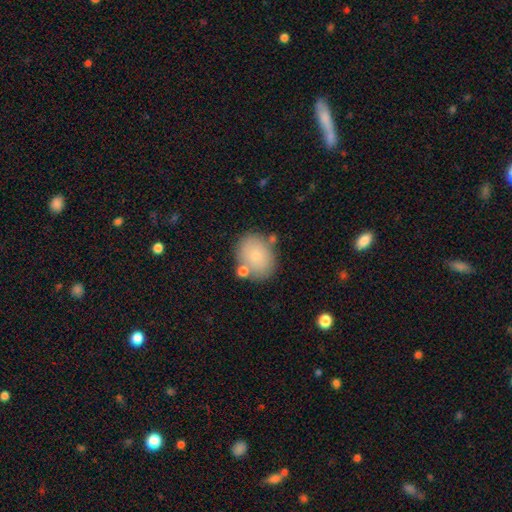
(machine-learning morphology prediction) This appears to be a smooth galaxy with no disk features (77%) that is in between round and cigar-shaped (54%). Merging: none (71%).